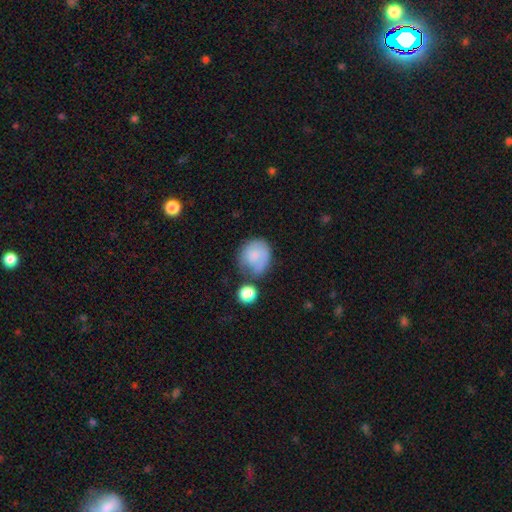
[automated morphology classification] A smooth galaxy with no disk features (76%) that is round (76%). Merging: none (42%).